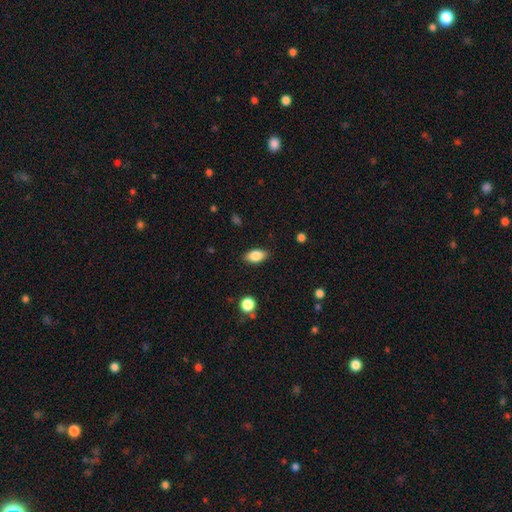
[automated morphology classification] A smooth galaxy with no disk features (85%) that is in between round and cigar-shaped (90%).

Vote fractions:
- Smooth or featured? smooth: 85% / star or artifact: 8% / featured or disk: 7%
- How rounded? in between: 90% / round: 6% / cigar-shaped: 4%
- Merging? none: 87% / minor disturbance: 10% / major disturbance: 2% / merger: 1%